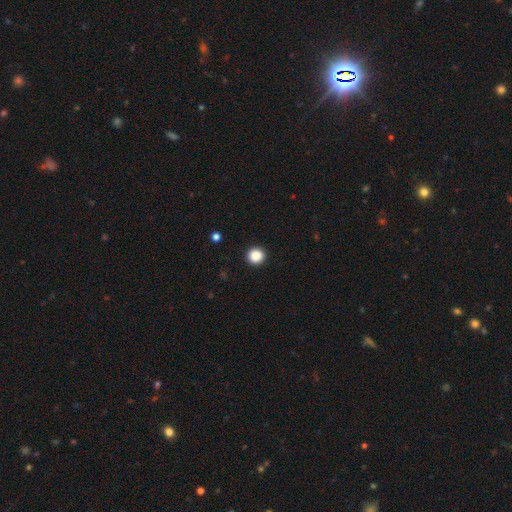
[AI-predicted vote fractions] The model was most divided on "smooth or featured": smooth: 88%, star or artifact: 10%, featured or disk: 3%. More confident: how rounded — round (95%); merging — none (93%).